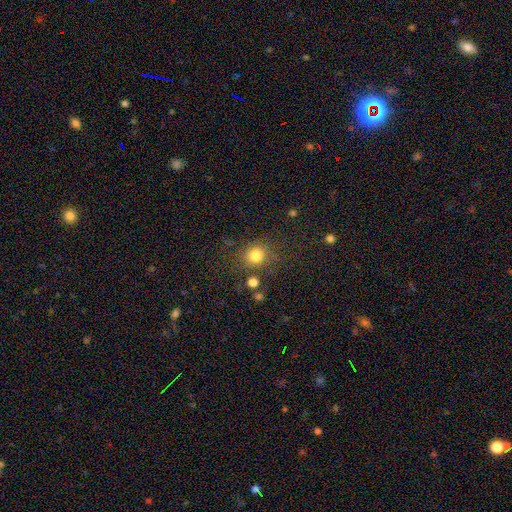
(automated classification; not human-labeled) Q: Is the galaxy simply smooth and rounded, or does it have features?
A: smooth — 80%.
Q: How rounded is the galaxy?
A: round — 82%.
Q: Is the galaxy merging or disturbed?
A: none — 76%.